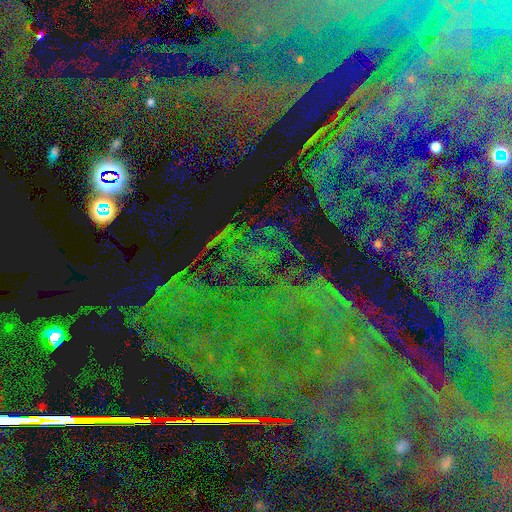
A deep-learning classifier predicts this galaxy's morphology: A star or artifact, not a galaxy (84%).

Vote fractions:
- Smooth or featured? star or artifact: 84% / featured or disk: 8% / smooth: 7%